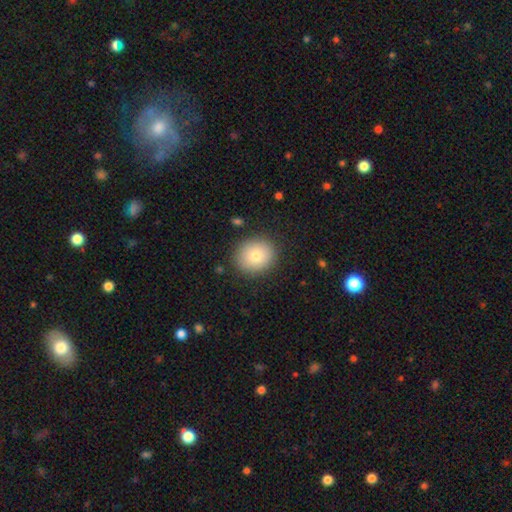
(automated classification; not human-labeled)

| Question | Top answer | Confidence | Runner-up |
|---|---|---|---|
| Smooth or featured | smooth | 79% | featured or disk (12%) |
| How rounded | round | 73% | in between (26%) |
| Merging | none | 88% | minor disturbance (8%) |